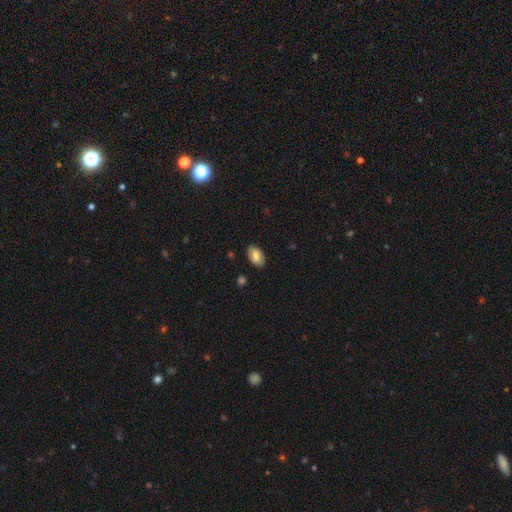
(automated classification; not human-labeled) A smooth galaxy with no disk features (73%) that is in between round and cigar-shaped (93%).

Vote fractions:
- Smooth or featured? smooth: 73% / featured or disk: 20% / star or artifact: 7%
- How rounded? in between: 93% / round: 6% / cigar-shaped: 2%
- Merging? none: 85% / minor disturbance: 11% / major disturbance: 2% / merger: 1%